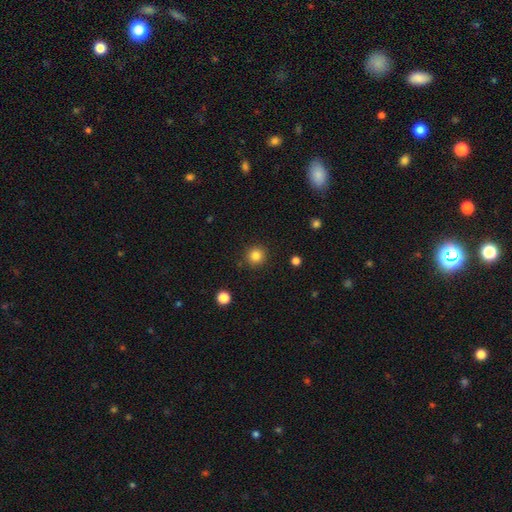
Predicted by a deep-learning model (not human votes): Smooth or featured? smooth (83%)
How rounded? round (94%)
Merging? none (90%)